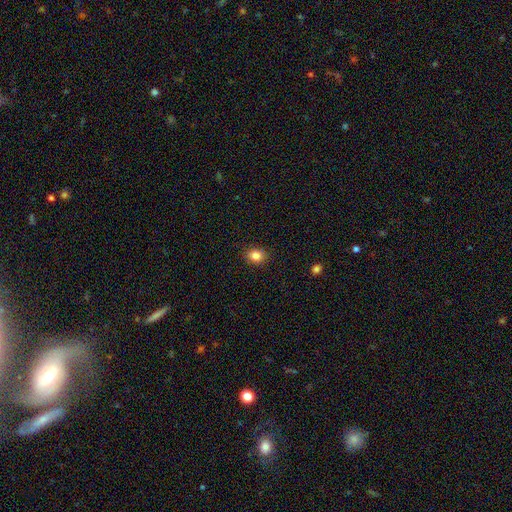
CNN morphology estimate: This is clearly a smooth galaxy (85%). How rounded: possibly round (56%). Merging: clearly none (89%).